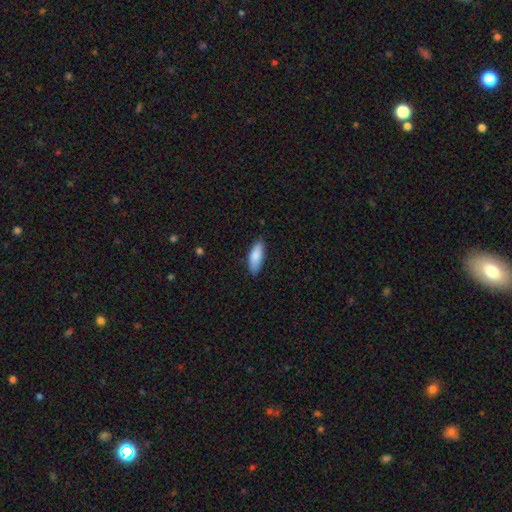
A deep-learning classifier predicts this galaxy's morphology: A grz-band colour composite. It shows a smooth galaxy with no disk features (85%) that is in between round and cigar-shaped (66%). Merging: none (82%).